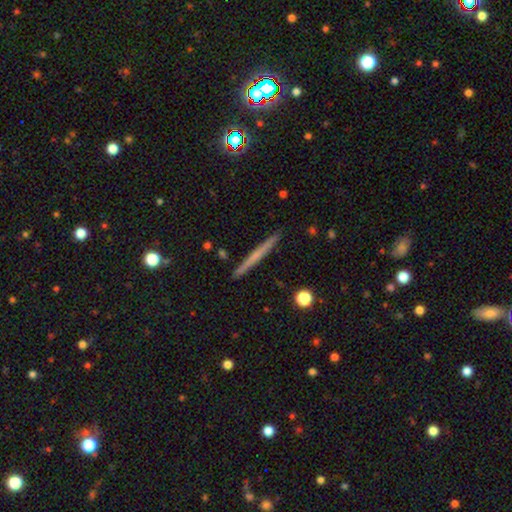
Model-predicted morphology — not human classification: Smooth or featured? Predicted: smooth (p=0.47). Merging? Predicted: none (p=0.92).